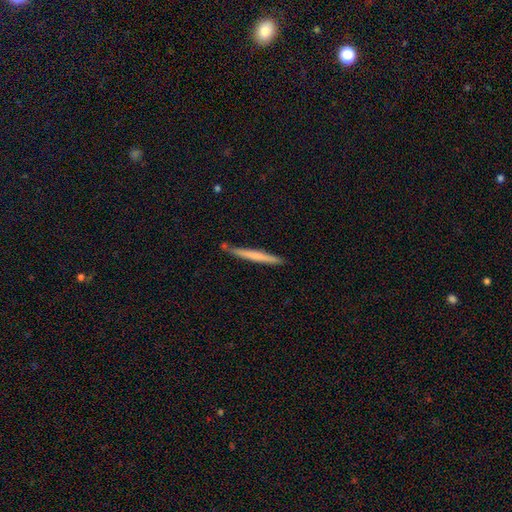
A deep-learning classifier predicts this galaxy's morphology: smooth-or-featured: smooth: 58% | featured or disk: 36% | star or artifact: 5%
  how-rounded: cigar-shaped: 97% | in between: 2% | round: 1%
  merging: none: 82% | minor disturbance: 13% | merger: 3% | major disturbance: 2%